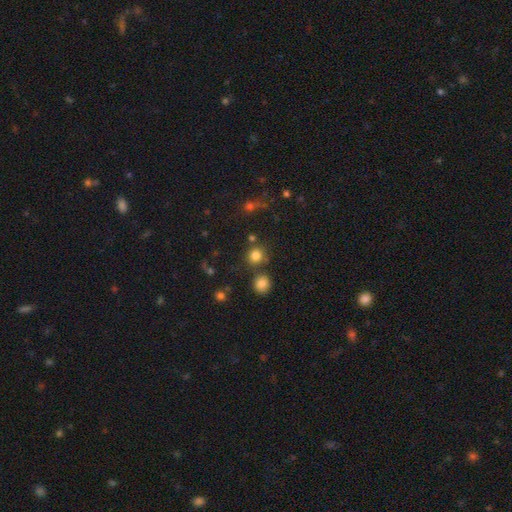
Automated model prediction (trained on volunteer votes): This is likely a smooth galaxy (80%). How rounded: clearly round (87%). Merging: likely none (75%).